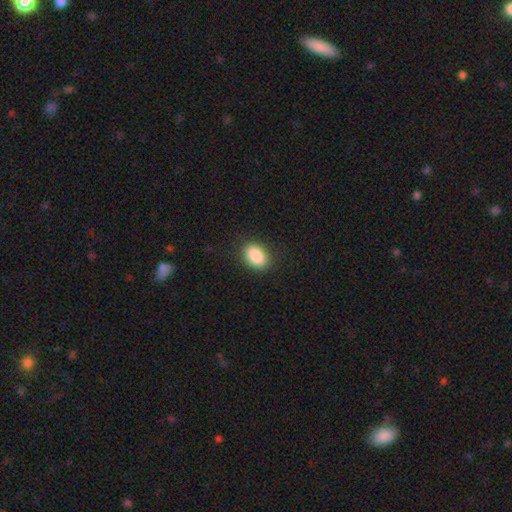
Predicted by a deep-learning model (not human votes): Q: Smooth or featured?
A: smooth (89%); runner-up: star or artifact (7%)
Q: How rounded?
A: in between (87%); runner-up: round (11%)
Q: Merging?
A: none (88%); runner-up: minor disturbance (9%)